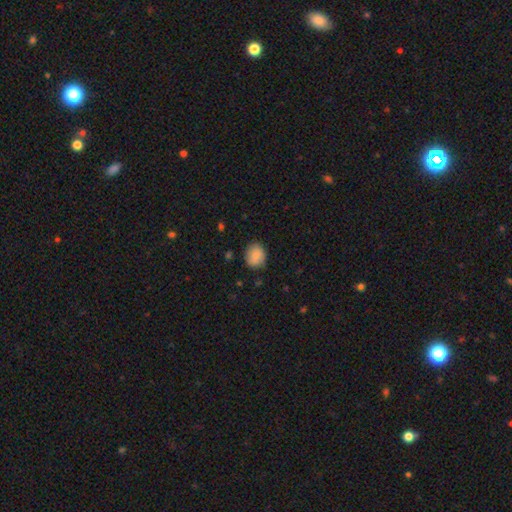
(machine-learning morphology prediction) A smooth galaxy with no disk features (85%) that is round (63%). Merging: none (82%).